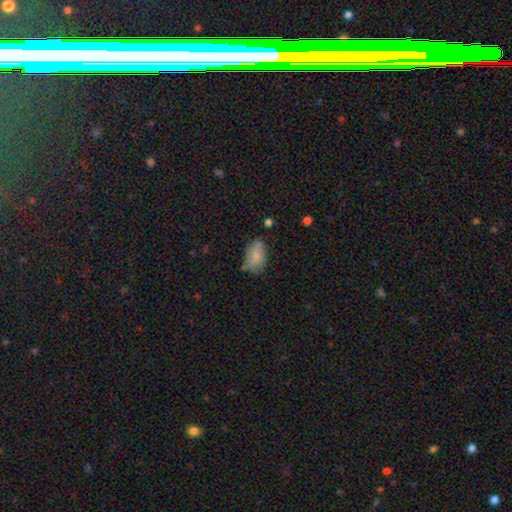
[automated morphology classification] Smooth or featured?
  - smooth: 73% *
  - featured or disk: 19%
  - star or artifact: 8%
How rounded?
  - in between: 90% *
  - round: 8%
  - cigar-shaped: 2%
Merging?
  - none: 56% *
  - minor disturbance: 30%
  - major disturbance: 9%
  - merger: 5%